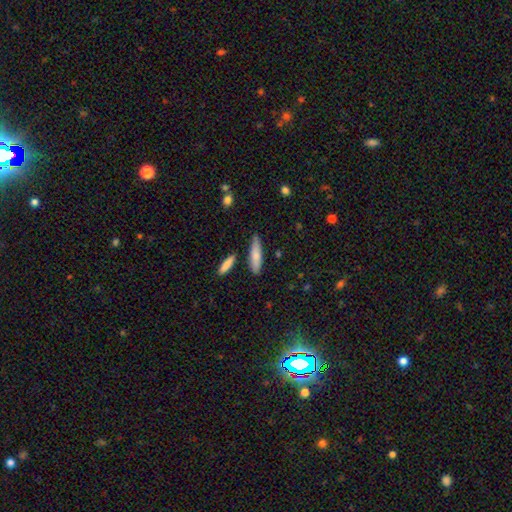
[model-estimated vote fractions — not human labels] smooth 77%, featured or disk 17%, star or artifact 6%. Down the decision tree: how rounded — cigar-shaped (66%); merging — none (80%).